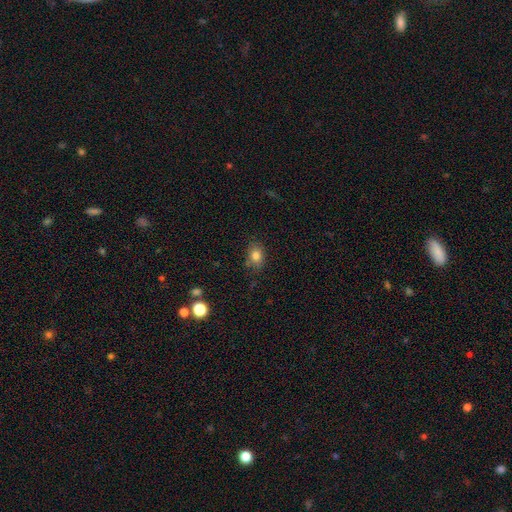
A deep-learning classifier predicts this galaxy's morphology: smooth-or-featured: smooth: 81% | star or artifact: 11% | featured or disk: 8%
  how-rounded: in between: 66% | round: 32% | cigar-shaped: 1%
  merging: none: 77% | minor disturbance: 17% | major disturbance: 4% | merger: 3%